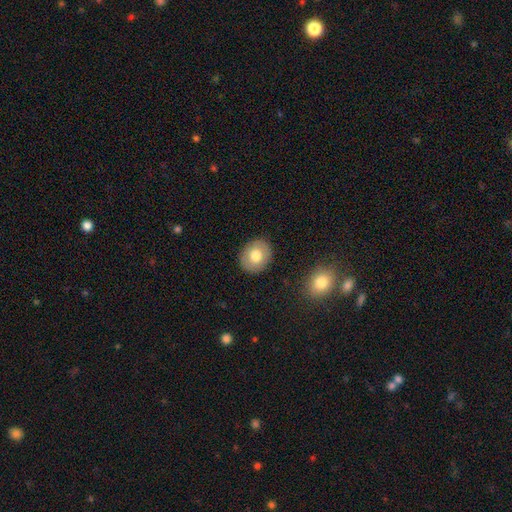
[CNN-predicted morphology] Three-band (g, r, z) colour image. It shows a smooth galaxy with no disk features (75%) that is round (65%). Merging: none (89%).